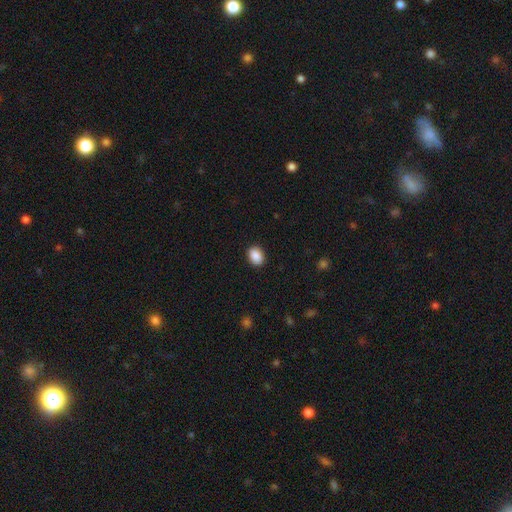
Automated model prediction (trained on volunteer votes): This is clearly a smooth galaxy (88%). How rounded: likely in between (63%). Merging: clearly none (90%).